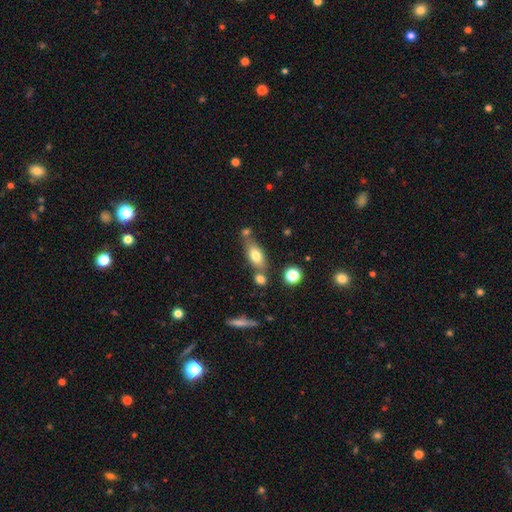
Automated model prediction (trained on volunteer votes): This is likely a smooth galaxy (73%). How rounded: likely in between (79%). Merging: possibly none (56%).